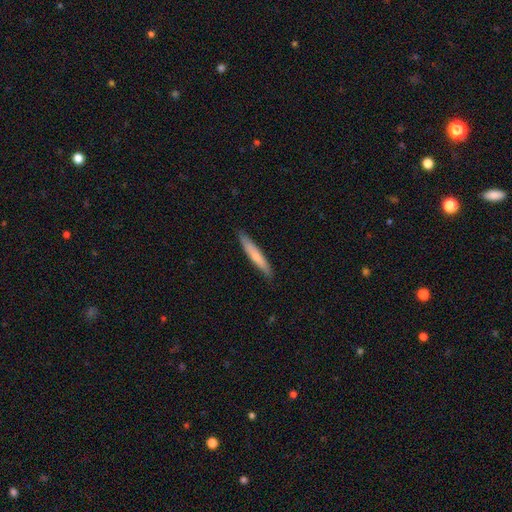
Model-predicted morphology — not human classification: Q: Smooth or featured?
A: smooth (67%); runner-up: featured or disk (28%)
Q: How rounded?
A: cigar-shaped (94%); runner-up: in between (5%)
Q: Merging?
A: none (88%); runner-up: minor disturbance (9%)